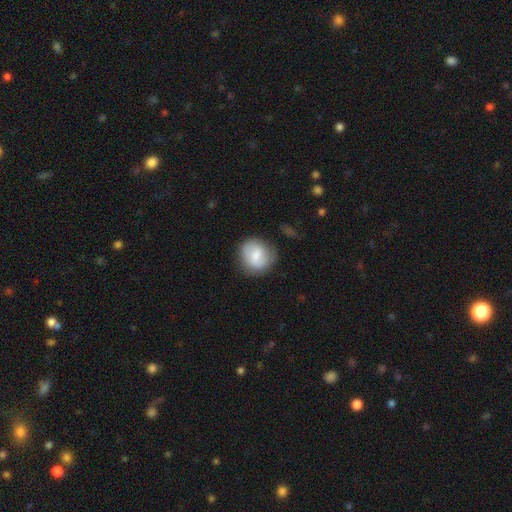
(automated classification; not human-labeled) Smooth or featured?
  - smooth: 66% *
  - featured or disk: 28%
  - star or artifact: 7%
How rounded?
  - round: 83% *
  - in between: 16%
  - cigar-shaped: 1%
Merging?
  - none: 74% *
  - minor disturbance: 18%
  - major disturbance: 6%
  - merger: 2%